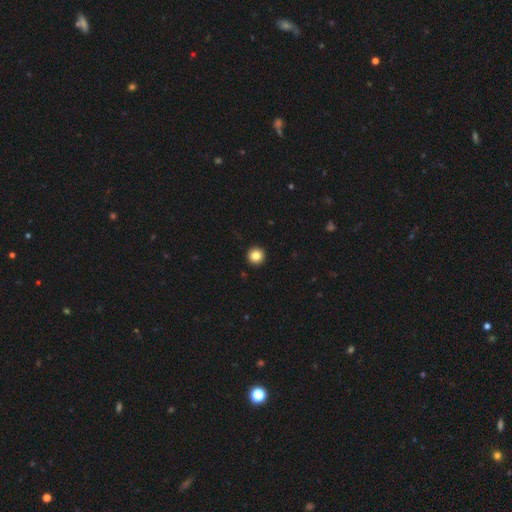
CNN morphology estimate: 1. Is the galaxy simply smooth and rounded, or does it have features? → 85% smooth, 10% star or artifact, 5% featured or disk.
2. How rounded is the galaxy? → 96% round, 3% in between, 1% cigar-shaped.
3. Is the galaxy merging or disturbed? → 94% none, 4% minor disturbance, 1% major disturbance, 1% merger.